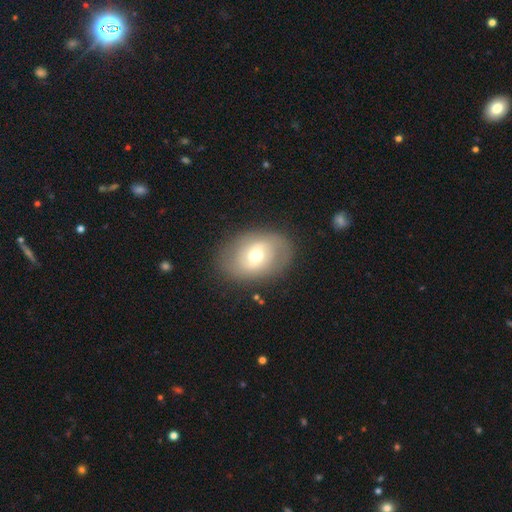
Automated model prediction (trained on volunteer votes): Overall: featured or disk (49%; smooth 43%). Merging: none (79%).